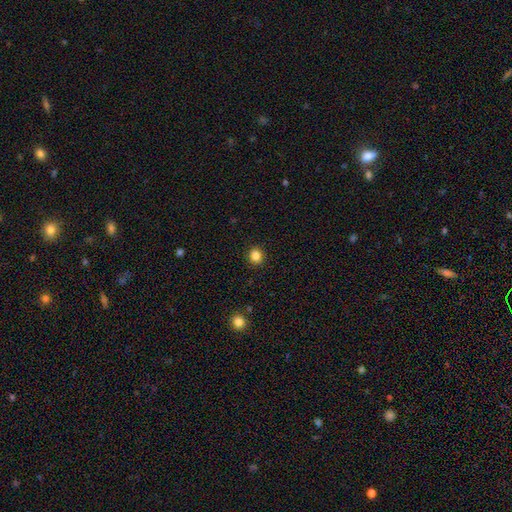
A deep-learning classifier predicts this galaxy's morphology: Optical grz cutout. It shows a smooth galaxy with no disk features (84%) that is round (87%). Merging: none (92%).